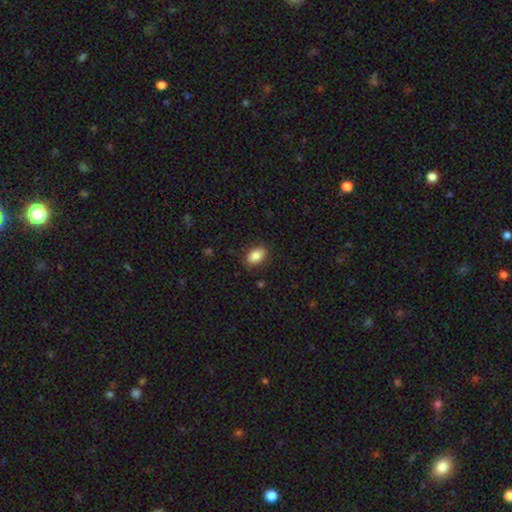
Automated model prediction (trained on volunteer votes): This appears to be a smooth galaxy with no disk features (85%) that is in between round and cigar-shaped (89%). Merging: none (85%).